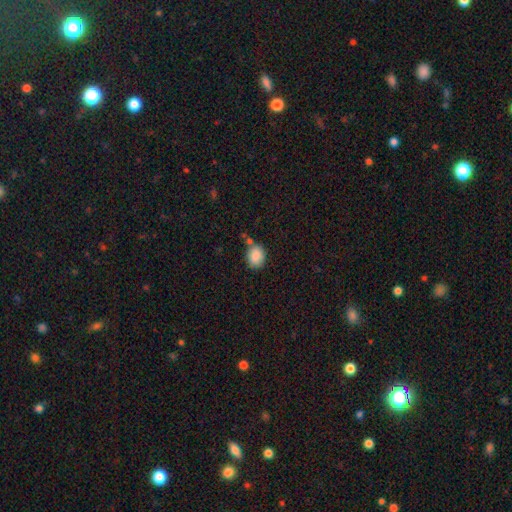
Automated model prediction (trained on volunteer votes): Morphology: type=smooth (87%); roundness=round (51%); merging=none (68%).